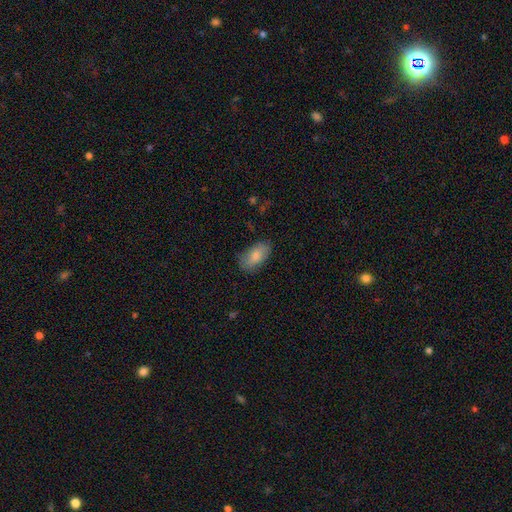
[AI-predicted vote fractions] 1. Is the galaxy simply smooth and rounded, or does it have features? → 83% smooth, 10% featured or disk, 6% star or artifact.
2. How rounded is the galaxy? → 93% in between, 3% cigar-shaped, 3% round.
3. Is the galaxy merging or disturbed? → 80% none, 15% minor disturbance, 4% major disturbance, 1% merger.